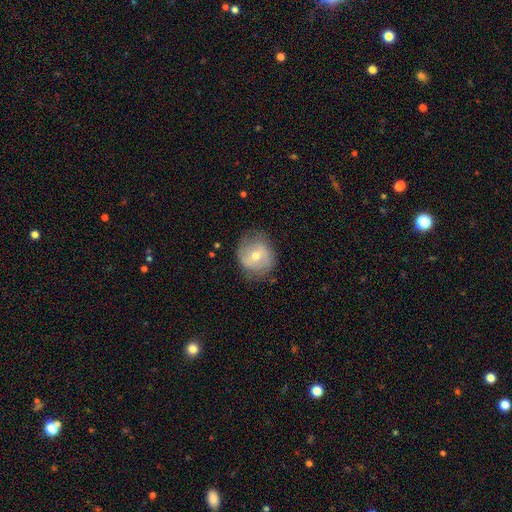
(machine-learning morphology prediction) featured or disk 48%, smooth 43%, star or artifact 8%. Down the decision tree: merging — none (70%).